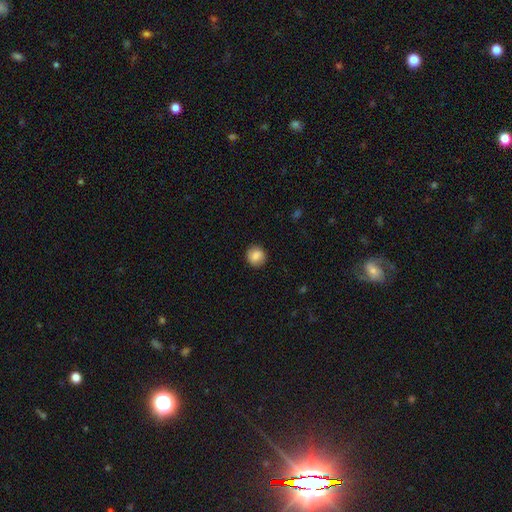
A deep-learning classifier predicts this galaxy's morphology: This appears to be a smooth galaxy with no disk features (84%) that is round (88%). Merging: none (88%).